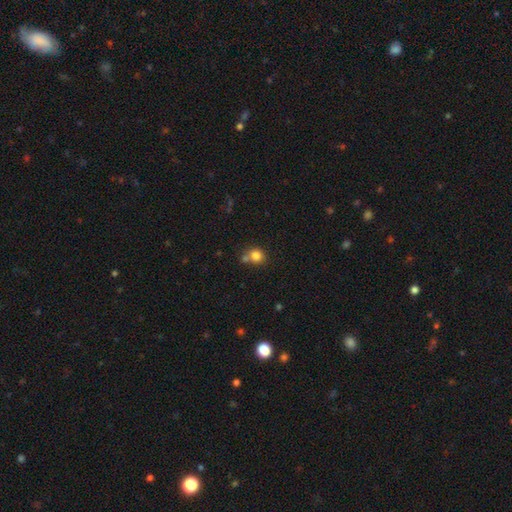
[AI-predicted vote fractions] Smooth or featured: smooth — 81% (star or artifact — 11%)
How rounded: round — 84% (in between — 16%)
Merging: none — 56% (merger — 28%)